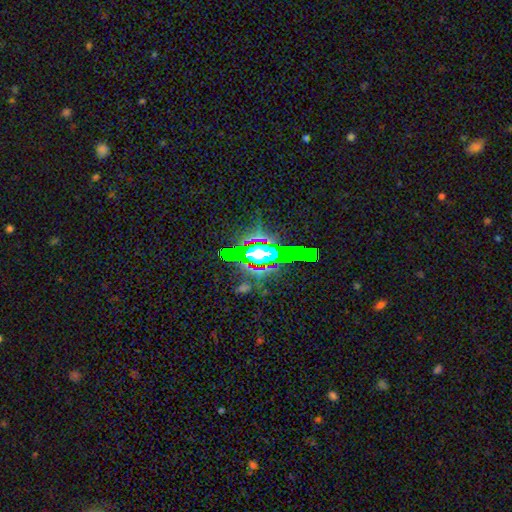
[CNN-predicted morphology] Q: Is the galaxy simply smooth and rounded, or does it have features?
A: star or artifact — 54%.